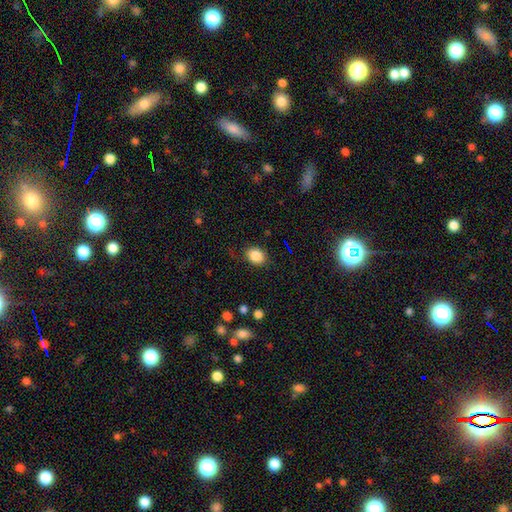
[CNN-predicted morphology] Smooth or featured: smooth — 86% (star or artifact — 9%)
How rounded: in between — 59% (round — 40%)
Merging: none — 81% (minor disturbance — 13%)